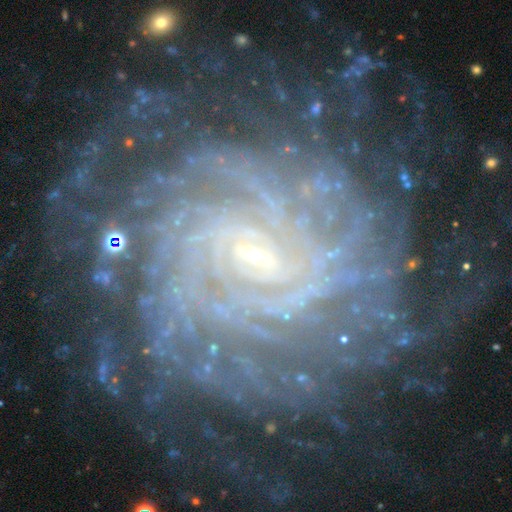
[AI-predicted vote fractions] The model was most divided on "spiral arm count": can't tell: 29%, more than 4: 24%, 4: 17%, 2: 11%, 3: 11%, 1: 9%. Remaining: edge-on disk — no (98%); spiral arms — yes (97%); smooth or featured — featured or disk (89%); bulge size — small (84%); spiral winding — tight (78%); merging — none (77%); bar — weak (48%).